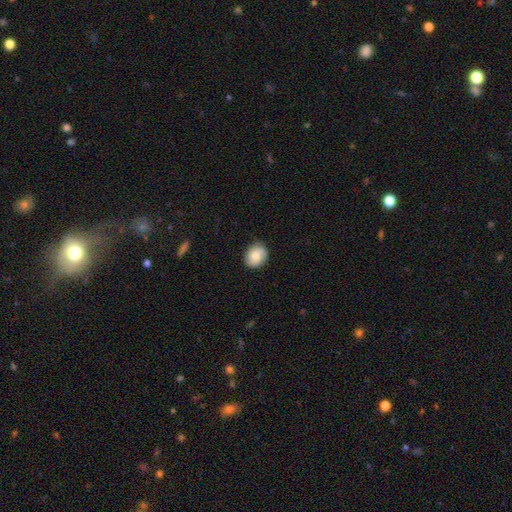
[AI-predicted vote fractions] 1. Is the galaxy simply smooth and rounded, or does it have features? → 76% smooth, 16% featured or disk, 7% star or artifact.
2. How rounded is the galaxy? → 56% round, 43% in between, 1% cigar-shaped.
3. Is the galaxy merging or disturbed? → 81% none, 15% minor disturbance, 3% major disturbance, 1% merger.